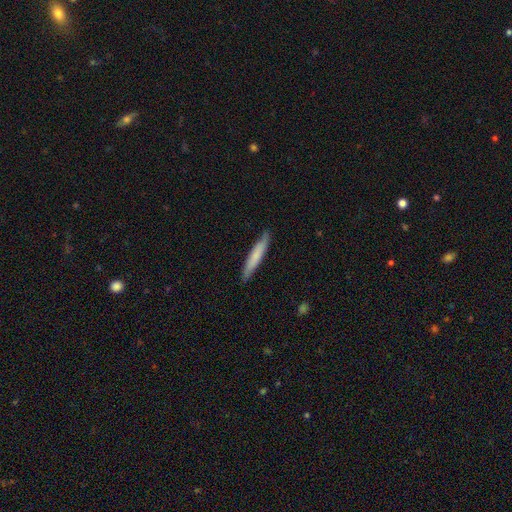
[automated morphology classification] Smooth or featured? Predicted: smooth (p=0.70). How rounded? Predicted: cigar-shaped (p=0.94). Merging? Predicted: none (p=0.87).